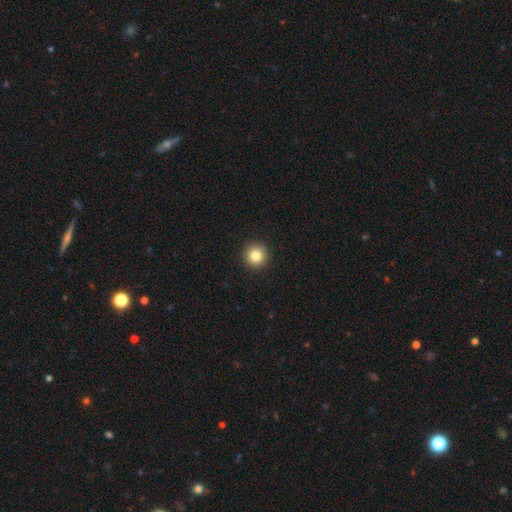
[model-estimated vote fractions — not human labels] Smooth or featured: smooth — 83% (star or artifact — 11%)
How rounded: round — 96% (in between — 3%)
Merging: none — 93% (minor disturbance — 4%)